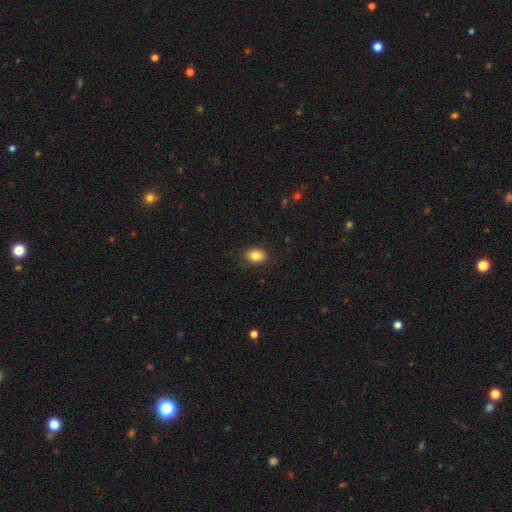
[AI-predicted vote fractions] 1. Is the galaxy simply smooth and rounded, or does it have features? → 84% smooth, 9% star or artifact, 7% featured or disk.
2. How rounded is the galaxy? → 71% in between, 27% round, 1% cigar-shaped.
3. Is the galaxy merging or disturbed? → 87% none, 9% minor disturbance, 2% major disturbance, 1% merger.